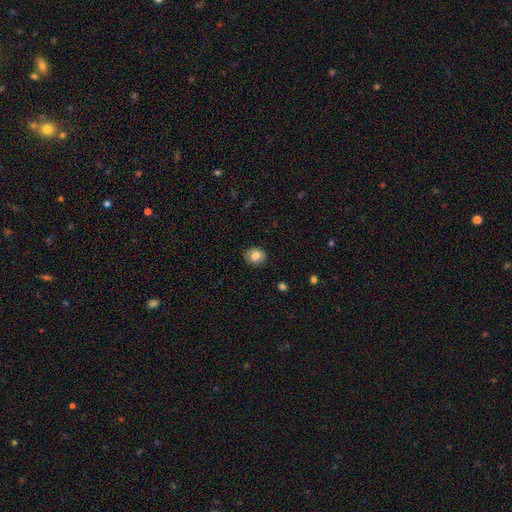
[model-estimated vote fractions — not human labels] Q: Smooth or featured?
A: smooth (82%); runner-up: featured or disk (9%)
Q: How rounded?
A: round (68%); runner-up: in between (31%)
Q: Merging?
A: none (86%); runner-up: minor disturbance (11%)